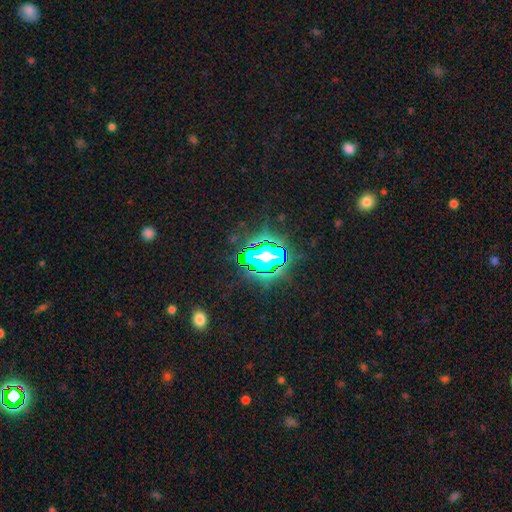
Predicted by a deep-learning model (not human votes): The model was most divided on "smooth or featured": star or artifact: 82%, smooth: 11%, featured or disk: 7%.